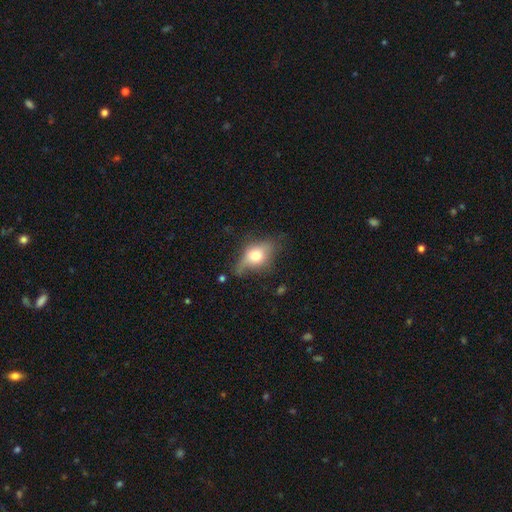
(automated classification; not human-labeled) Overall: smooth (60%; featured or disk 31%). How rounded: in between (73%). Merging: none (44%; minor disturbance 34%).